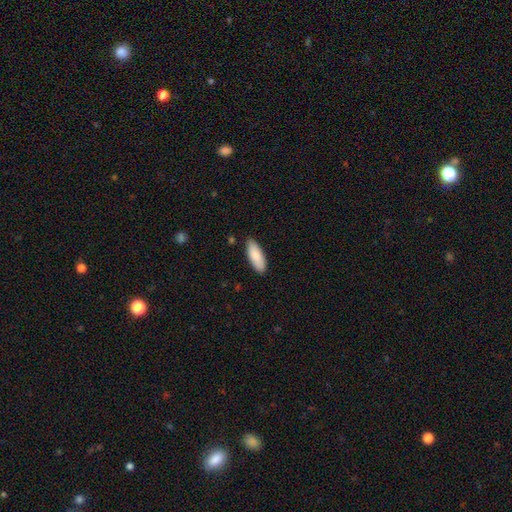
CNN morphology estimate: This appears to be a smooth galaxy with no disk features (88%) that is in between round and cigar-shaped (72%). Merging: none (86%).